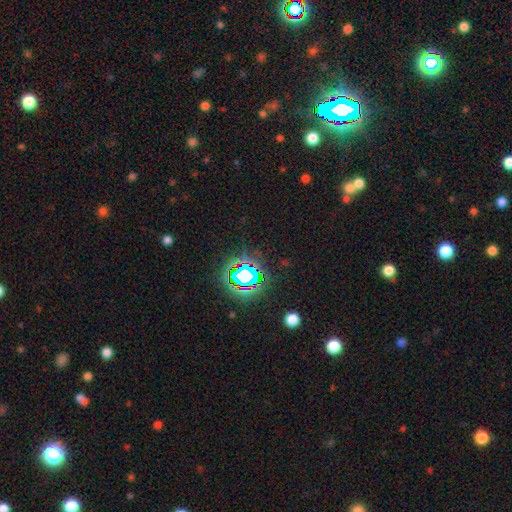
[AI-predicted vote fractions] Smooth or featured: star or artifact — 82% (smooth — 11%)